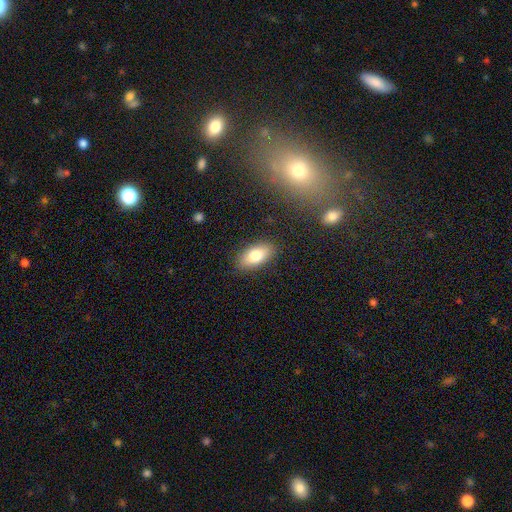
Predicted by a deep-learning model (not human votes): smooth_or_featured: smooth (p=0.78) [alt: featured or disk p=0.15]
how_rounded: in between (p=0.89) [alt: cigar-shaped p=0.07]
merging: none (p=0.86) [alt: minor disturbance p=0.10]